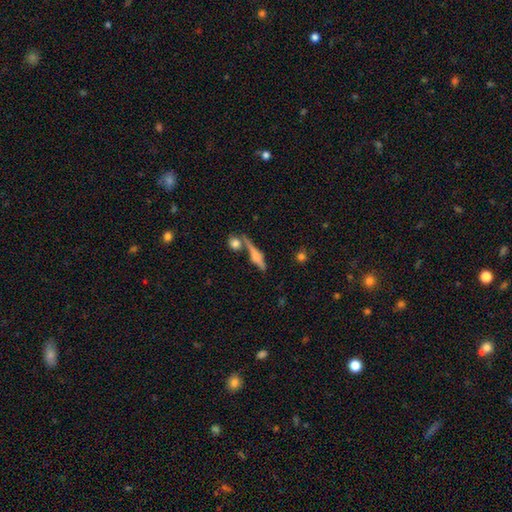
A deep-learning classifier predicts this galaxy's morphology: Smooth or featured?
  - featured or disk: 46% *
  - smooth: 45%
  - star or artifact: 10%
Merging?
  - none: 57% *
  - merger: 23%
  - minor disturbance: 13%
  - major disturbance: 7%